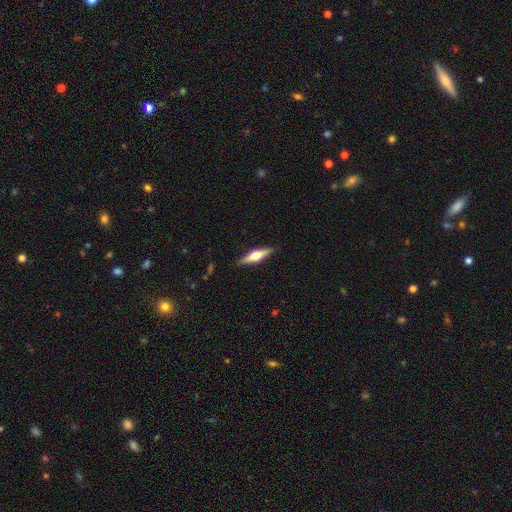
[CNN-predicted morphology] A featured or disk galaxy (65%) viewed edge-on (96%) with a rounded central bulge (91%). Merging: none (89%).